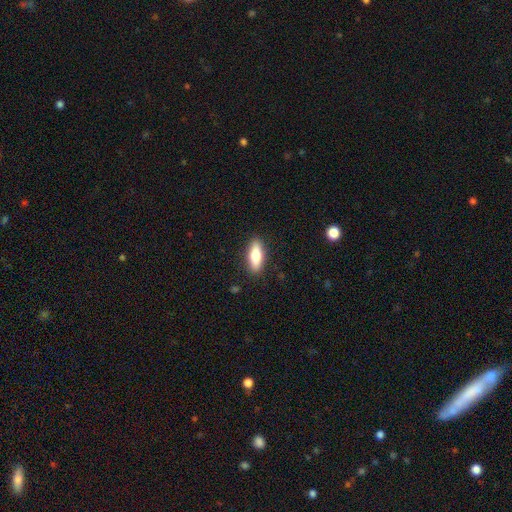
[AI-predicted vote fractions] Q: Smooth or featured?
A: smooth (75%); runner-up: featured or disk (19%)
Q: How rounded?
A: in between (63%); runner-up: cigar-shaped (34%)
Q: Merging?
A: none (88%); runner-up: minor disturbance (9%)